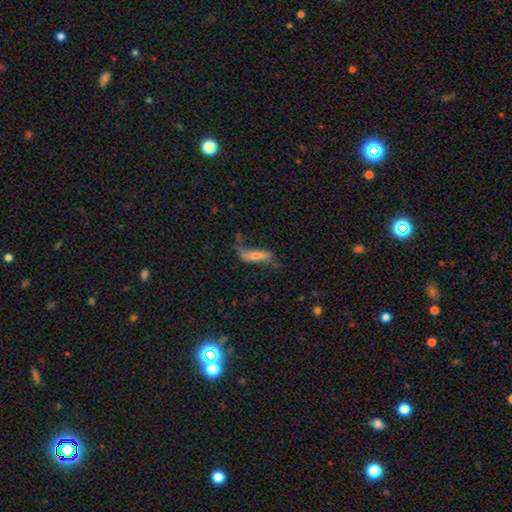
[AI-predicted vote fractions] Q: Smooth or featured?
A: smooth (50%); runner-up: featured or disk (41%)
Q: How rounded?
A: cigar-shaped (59%); runner-up: in between (38%)
Q: Merging?
A: none (36%); runner-up: major disturbance (32%)